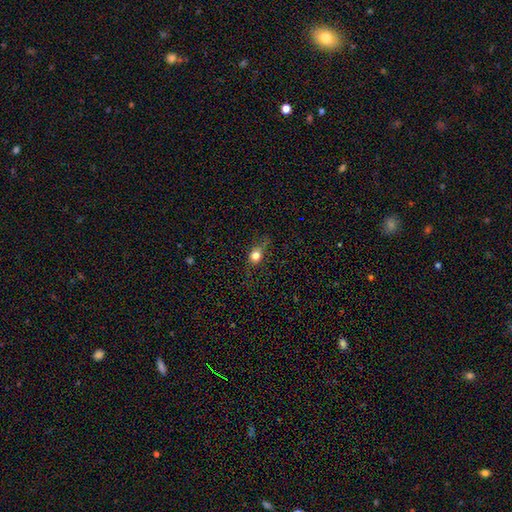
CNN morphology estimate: type=smooth (72%); roundness=round (61%); merging=none (60%).